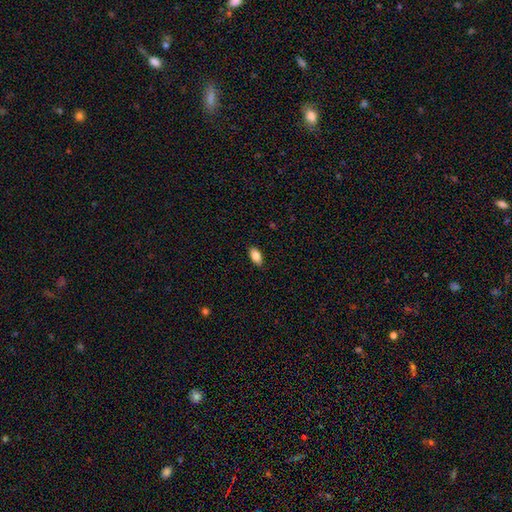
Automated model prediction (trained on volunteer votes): smooth_or_featured: smooth (p=0.85) [alt: featured or disk p=0.08]
how_rounded: in between (p=0.91) [alt: cigar-shaped p=0.05]
merging: none (p=0.88) [alt: minor disturbance p=0.09]